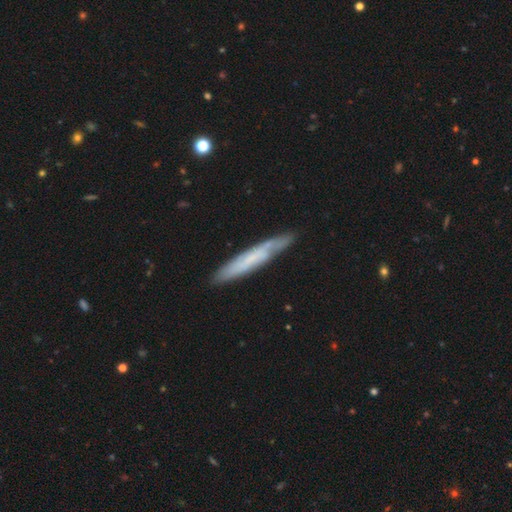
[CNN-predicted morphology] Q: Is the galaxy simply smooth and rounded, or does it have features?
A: featured or disk — 49%.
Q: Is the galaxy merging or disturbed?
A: none — 80%.